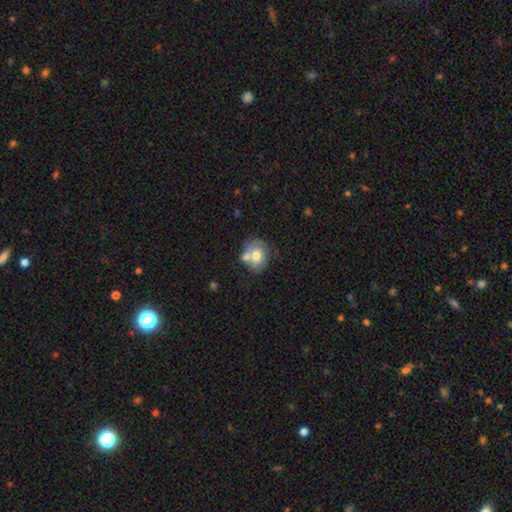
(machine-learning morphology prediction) smooth-or-featured: smooth: 64% | featured or disk: 28% | star or artifact: 8%
  how-rounded: round: 61% | in between: 39% | cigar-shaped: 1%
  merging: none: 38% | merger: 37% | minor disturbance: 17% | major disturbance: 7%